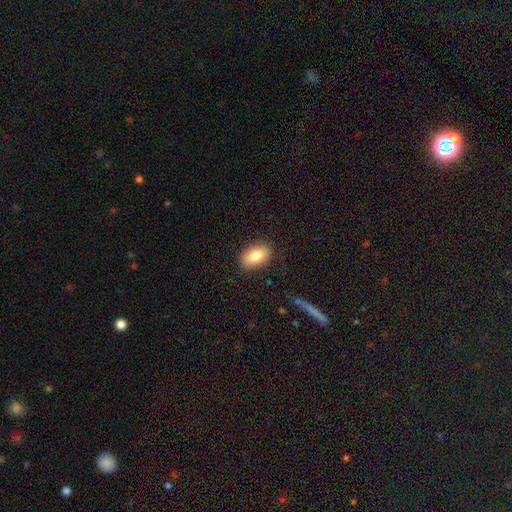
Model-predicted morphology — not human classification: Overall: smooth (83%). How rounded: in between (90%). Merging: none (87%).